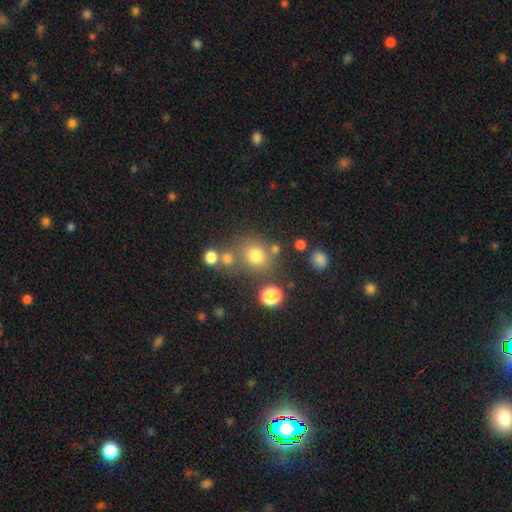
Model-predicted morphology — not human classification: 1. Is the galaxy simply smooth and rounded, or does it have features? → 72% smooth, 18% star or artifact, 9% featured or disk.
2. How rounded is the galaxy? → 79% round, 20% in between, 1% cigar-shaped.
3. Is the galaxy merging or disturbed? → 69% none, 14% merger, 11% minor disturbance, 6% major disturbance.